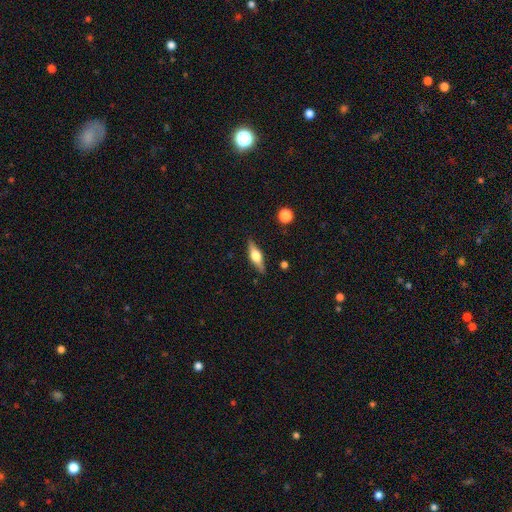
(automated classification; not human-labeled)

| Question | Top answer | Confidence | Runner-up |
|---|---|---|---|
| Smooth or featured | featured or disk | 62% | smooth (32%) |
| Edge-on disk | yes | 95% | no (5%) |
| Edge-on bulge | rounded | 92% | boxy (7%) |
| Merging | none | 86% | minor disturbance (10%) |